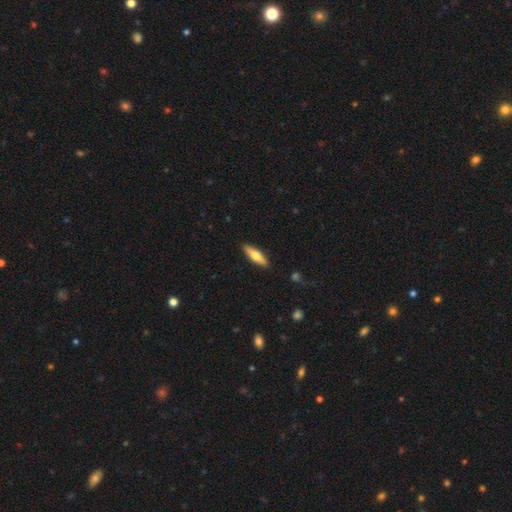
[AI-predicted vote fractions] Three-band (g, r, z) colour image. It shows a smooth galaxy with no disk features (57%) that is cigar-shaped (59%). Merging: none (89%).